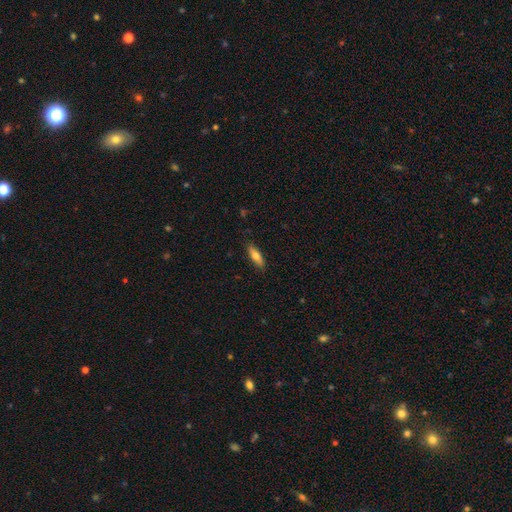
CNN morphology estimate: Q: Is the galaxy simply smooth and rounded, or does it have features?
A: smooth — 71%.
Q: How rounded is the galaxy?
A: in between — 52%.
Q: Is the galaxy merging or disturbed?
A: none — 86%.